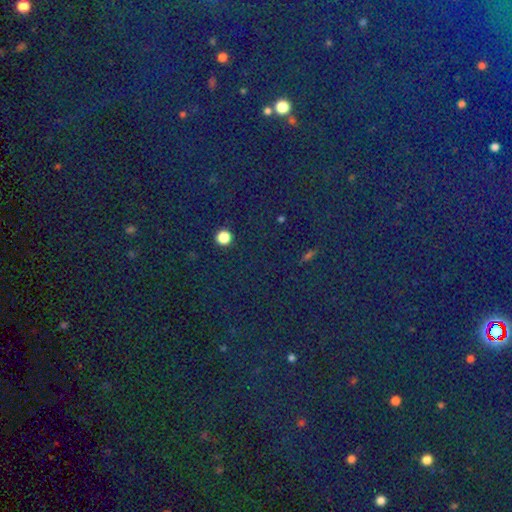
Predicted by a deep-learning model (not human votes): This appears to be a star or artifact, not a galaxy (80%).